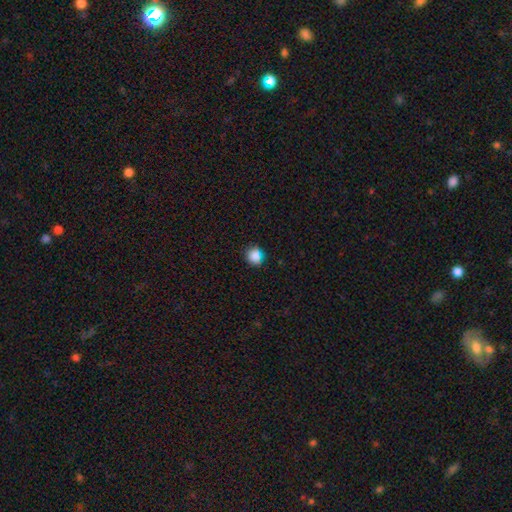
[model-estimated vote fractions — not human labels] A smooth galaxy with no disk features (82%) that is round (87%). Merging: none (85%).